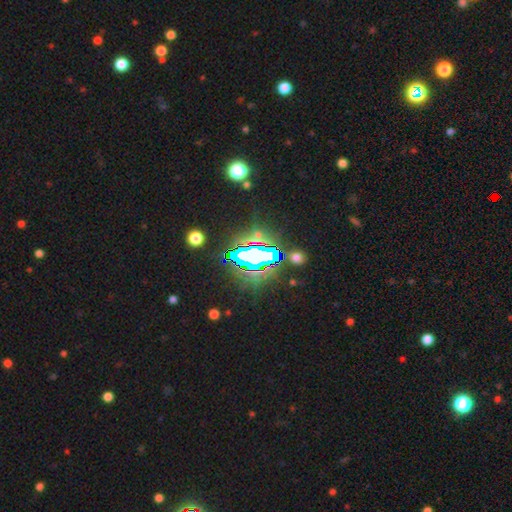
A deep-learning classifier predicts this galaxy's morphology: Smooth or featured: star or artifact — 70% (smooth — 16%)